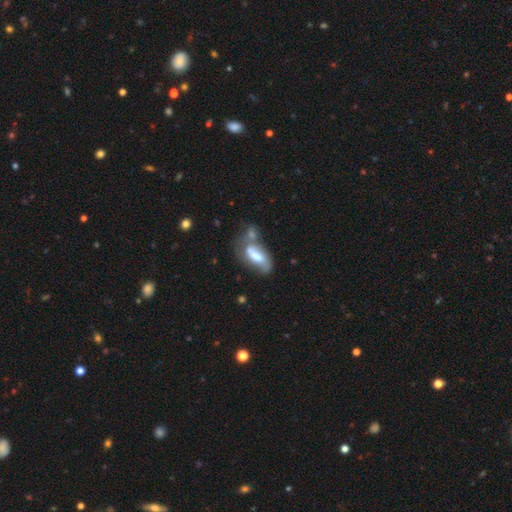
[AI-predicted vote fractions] Smooth or featured? smooth (50%)
How rounded? in between (80%)
Merging? merger (34%)